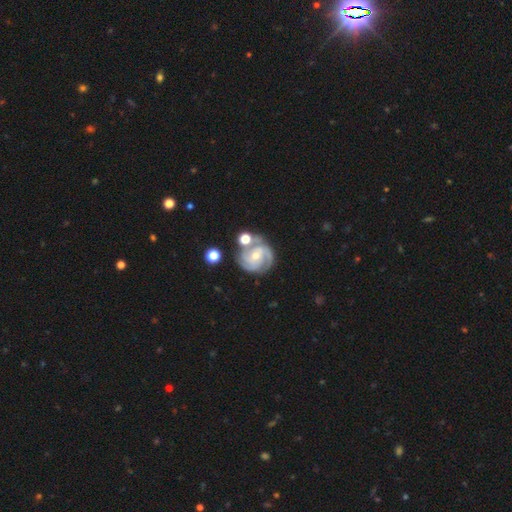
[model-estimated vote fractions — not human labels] Smooth or featured? Predicted: featured or disk (p=0.85). Edge-on disk? Predicted: no (p=0.98). Bar? Predicted: no (p=0.53). Spiral arms? Predicted: yes (p=0.97). Spiral winding? Predicted: tight (p=0.58). Spiral arm count? Predicted: 3 (p=0.43). Bulge size? Predicted: small (p=0.53). Merging? Predicted: none (p=0.62).